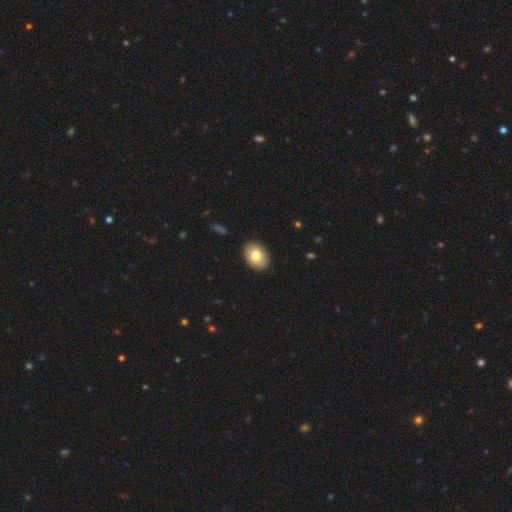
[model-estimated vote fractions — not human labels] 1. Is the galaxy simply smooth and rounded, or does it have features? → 78% smooth, 15% featured or disk, 7% star or artifact.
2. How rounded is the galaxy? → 78% in between, 21% round, 1% cigar-shaped.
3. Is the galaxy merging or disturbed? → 90% none, 7% minor disturbance, 2% major disturbance, 1% merger.